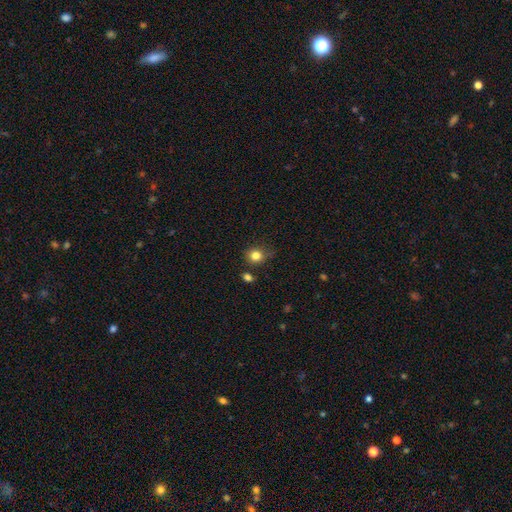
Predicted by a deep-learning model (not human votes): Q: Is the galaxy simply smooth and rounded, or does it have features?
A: smooth — 81%.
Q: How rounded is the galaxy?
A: round — 81%.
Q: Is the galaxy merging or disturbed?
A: none — 71%.